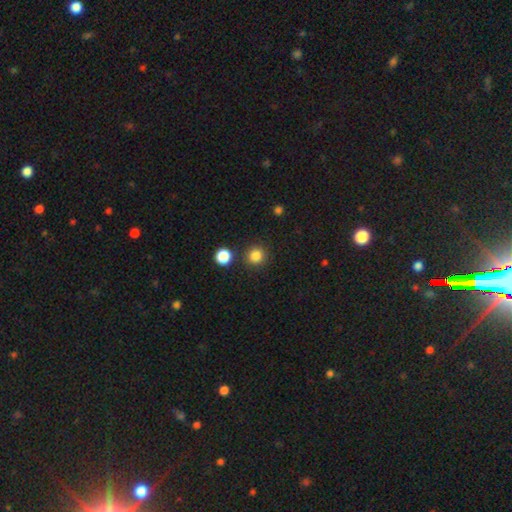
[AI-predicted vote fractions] This is clearly a smooth galaxy (84%). How rounded: clearly round (93%). Merging: clearly none (87%).